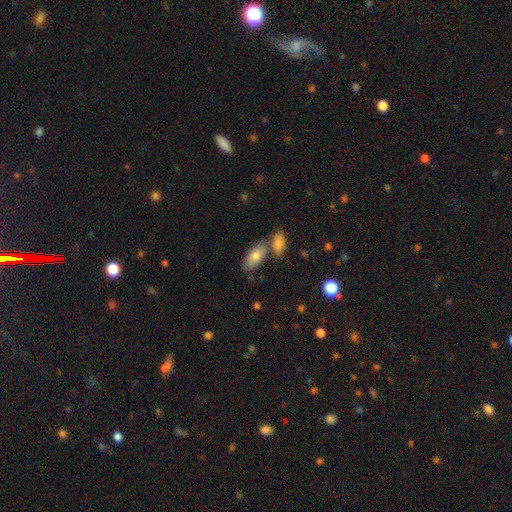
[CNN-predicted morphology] smooth-or-featured: smooth: 76% | featured or disk: 17% | star or artifact: 7%
  how-rounded: in between: 89% | cigar-shaped: 8% | round: 3%
  merging: none: 51% | merger: 33% | minor disturbance: 12% | major disturbance: 4%